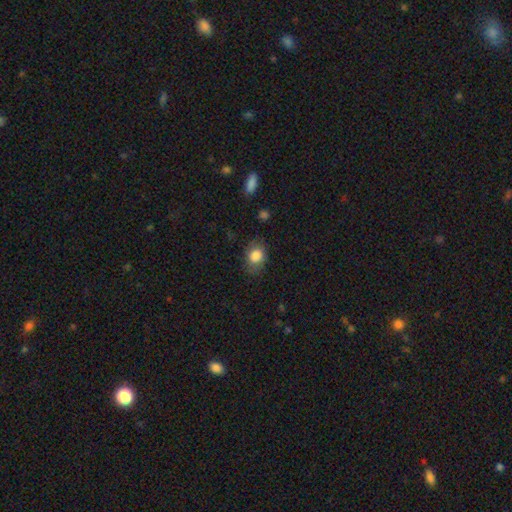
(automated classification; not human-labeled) This appears to be a smooth galaxy with no disk features (82%) that is in between round and cigar-shaped (66%). Merging: none (72%).